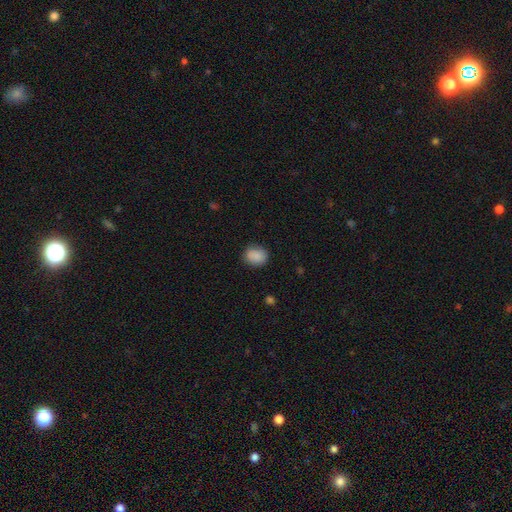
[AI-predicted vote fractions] A smooth galaxy with no disk features (88%) that is round (57%).

Vote fractions:
- Smooth or featured? smooth: 88% / star or artifact: 8% / featured or disk: 4%
- How rounded? round: 57% / in between: 42% / cigar-shaped: 1%
- Merging? none: 83% / minor disturbance: 12% / major disturbance: 3% / merger: 1%